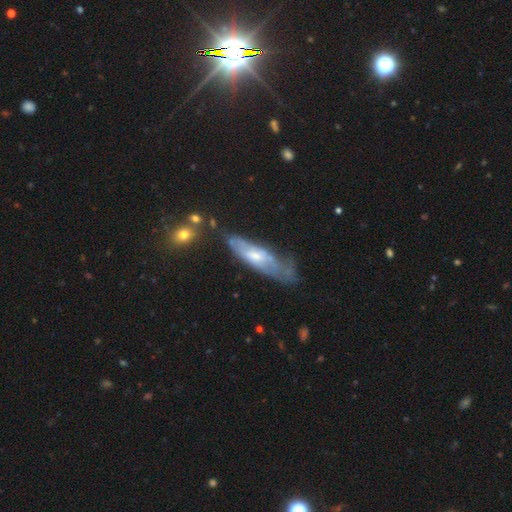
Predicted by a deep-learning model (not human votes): The model was most divided on "merging": none: 48%, minor disturbance: 29%, major disturbance: 17%, merger: 5%. More confident: edge-on disk — no (61%); smooth or featured — featured or disk (59%).